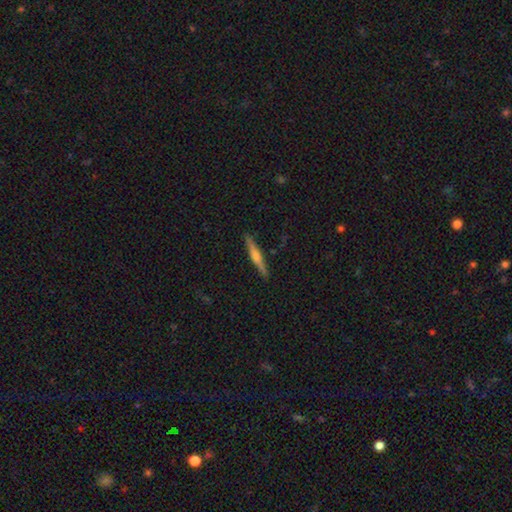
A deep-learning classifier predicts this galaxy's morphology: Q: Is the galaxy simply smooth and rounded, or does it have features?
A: featured or disk — 70%.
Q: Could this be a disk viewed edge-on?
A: yes — 98%.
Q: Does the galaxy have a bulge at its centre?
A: rounded — 76%.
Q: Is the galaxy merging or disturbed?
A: none — 91%.